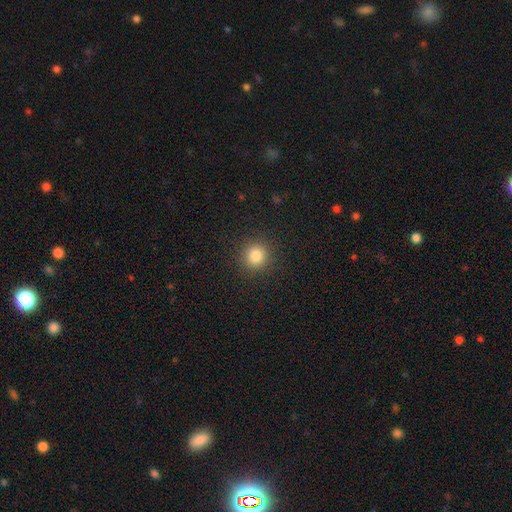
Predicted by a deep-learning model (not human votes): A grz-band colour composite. It shows a smooth galaxy with no disk features (82%) that is round (92%). Merging: none (91%).